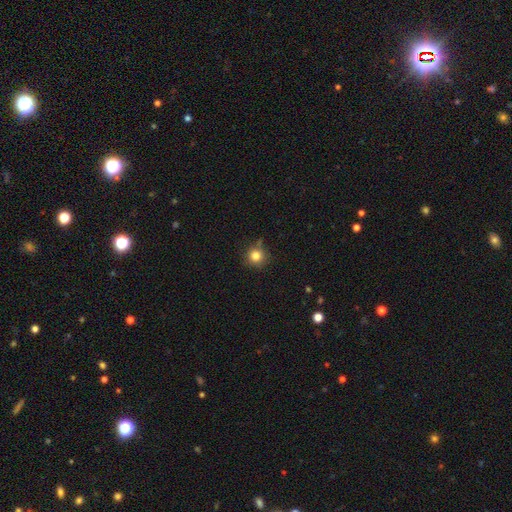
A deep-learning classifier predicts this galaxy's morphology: The model was most divided on "merging": none: 79%, minor disturbance: 13%, merger: 5%, major disturbance: 3%. More confident: how rounded — round (93%); smooth or featured — smooth (83%).